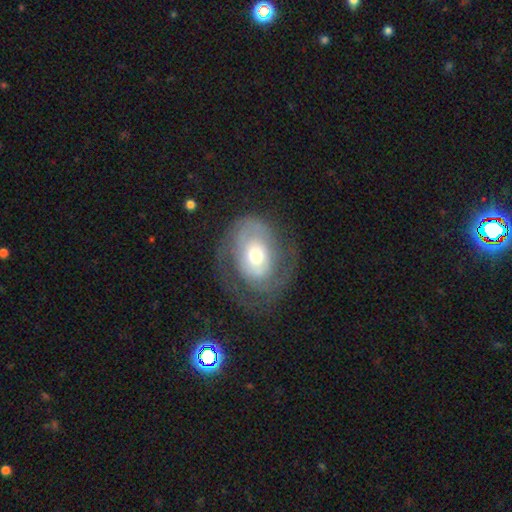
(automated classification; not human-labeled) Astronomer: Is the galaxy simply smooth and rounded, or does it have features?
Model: featured or disk — 68%.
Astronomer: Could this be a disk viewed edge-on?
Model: no — 96%.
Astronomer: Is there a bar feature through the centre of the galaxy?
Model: no — 74%.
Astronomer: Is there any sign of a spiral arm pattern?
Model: yes — 71%.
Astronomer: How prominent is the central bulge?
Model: moderate — 64%.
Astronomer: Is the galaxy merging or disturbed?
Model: none — 59%.